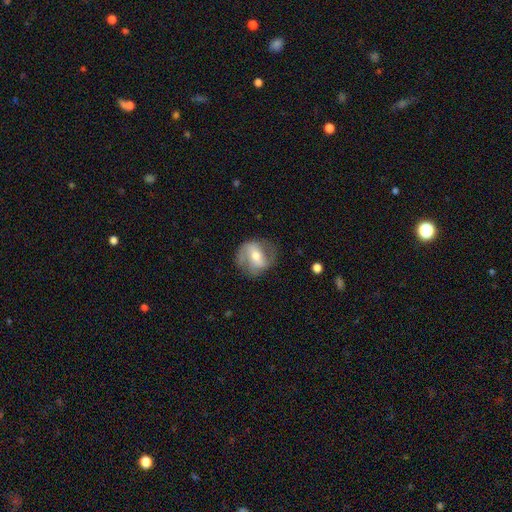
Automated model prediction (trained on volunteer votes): Smooth or featured? Predicted: featured or disk (p=0.70). Edge-on disk? Predicted: no (p=0.95). Bar? Predicted: strong (p=0.43). Spiral arms? Predicted: yes (p=0.81). Spiral winding? Predicted: medium (p=0.45). Spiral arm count? Predicted: 2 (p=0.82). Bulge size? Predicted: moderate (p=0.61). Merging? Predicted: none (p=0.72).